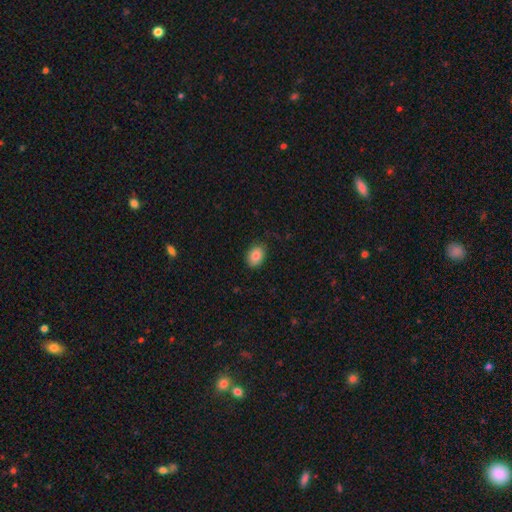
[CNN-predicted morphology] Smooth or featured? smooth (85%)
How rounded? in between (74%)
Merging? none (83%)